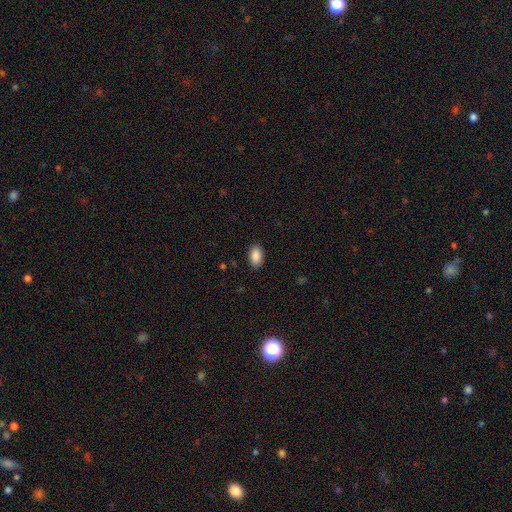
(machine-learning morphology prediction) This appears to be a smooth galaxy with no disk features (89%) that is in between round and cigar-shaped (94%). Merging: none (89%).